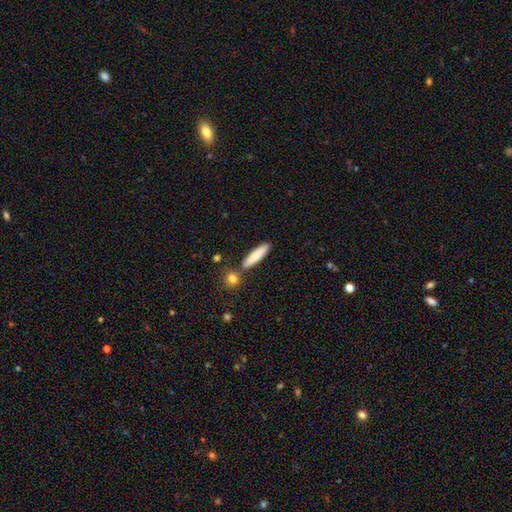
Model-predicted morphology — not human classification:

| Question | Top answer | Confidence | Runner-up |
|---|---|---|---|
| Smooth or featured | smooth | 83% | featured or disk (11%) |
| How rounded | cigar-shaped | 81% | in between (17%) |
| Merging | none | 82% | minor disturbance (9%) |